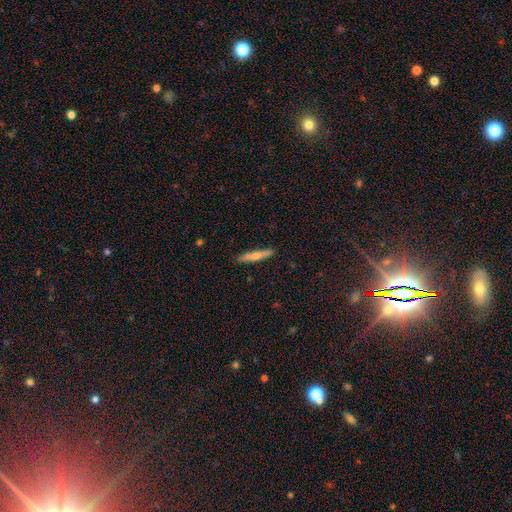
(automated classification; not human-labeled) This is likely a smooth galaxy (62%). How rounded: clearly cigar-shaped (91%). Merging: clearly none (88%).